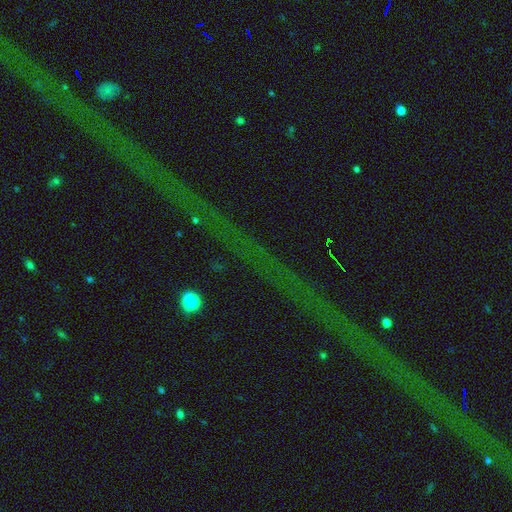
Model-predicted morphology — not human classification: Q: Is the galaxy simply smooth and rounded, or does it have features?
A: star or artifact — 77%.